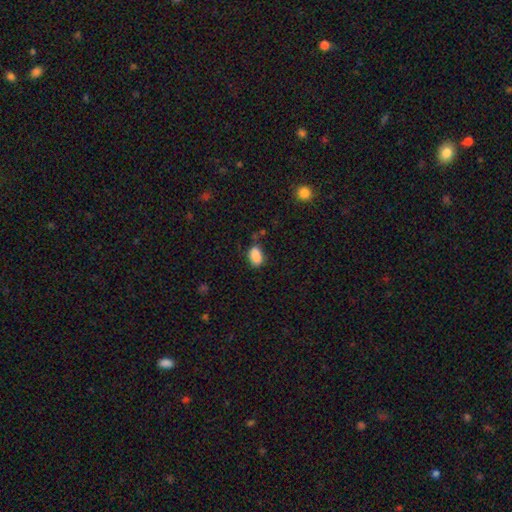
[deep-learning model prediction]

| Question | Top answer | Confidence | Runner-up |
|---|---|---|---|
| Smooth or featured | smooth | 88% | star or artifact (8%) |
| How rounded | in between | 88% | round (10%) |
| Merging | none | 74% | minor disturbance (18%) |